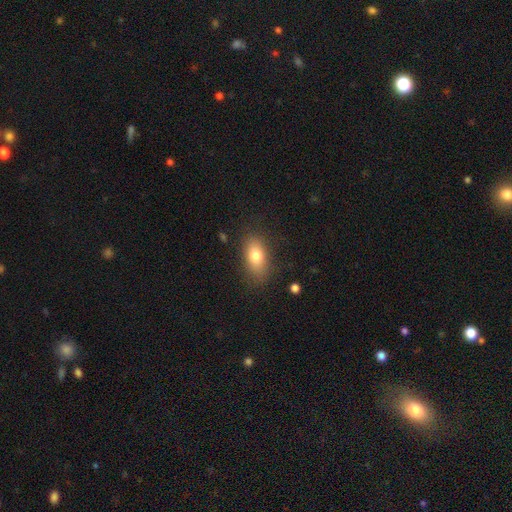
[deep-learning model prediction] Smooth or featured?
  - smooth: 77% *
  - featured or disk: 14%
  - star or artifact: 9%
How rounded?
  - in between: 85% *
  - round: 10%
  - cigar-shaped: 5%
Merging?
  - none: 81% *
  - minor disturbance: 13%
  - major disturbance: 4%
  - merger: 1%